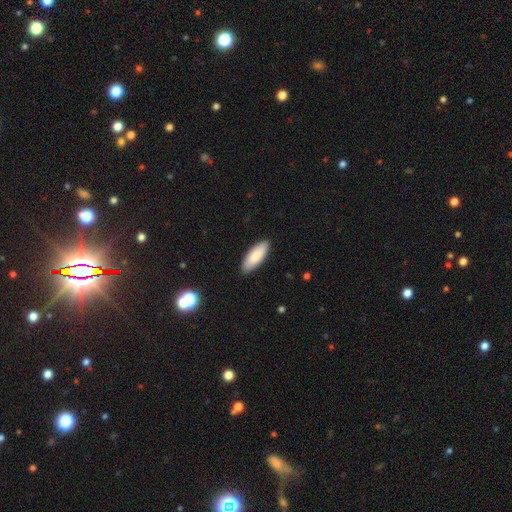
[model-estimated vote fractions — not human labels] This is clearly a smooth galaxy (83%). How rounded: likely in between (68%). Merging: clearly none (90%).